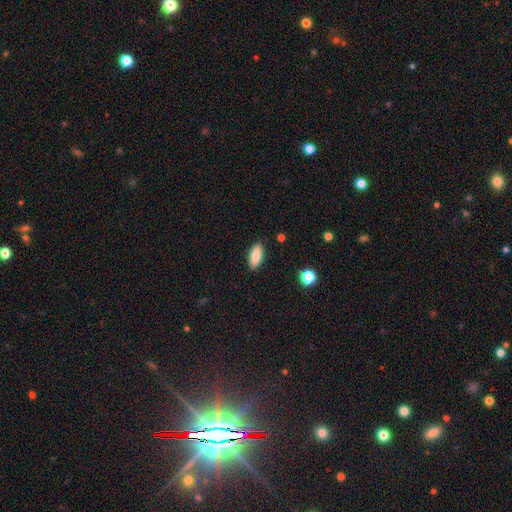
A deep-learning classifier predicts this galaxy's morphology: Smooth or featured? Predicted: smooth (p=0.83). How rounded? Predicted: in between (p=0.81). Merging? Predicted: none (p=0.87).